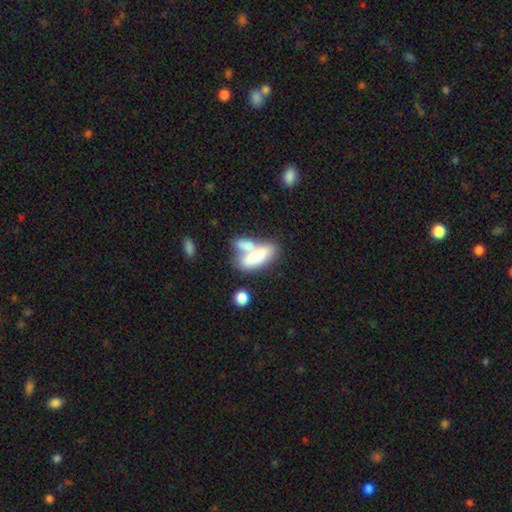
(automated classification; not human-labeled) Overall: smooth (73%). How rounded: in between (64%; cigar-shaped 32%). Merging: merger (56%; none 27%).